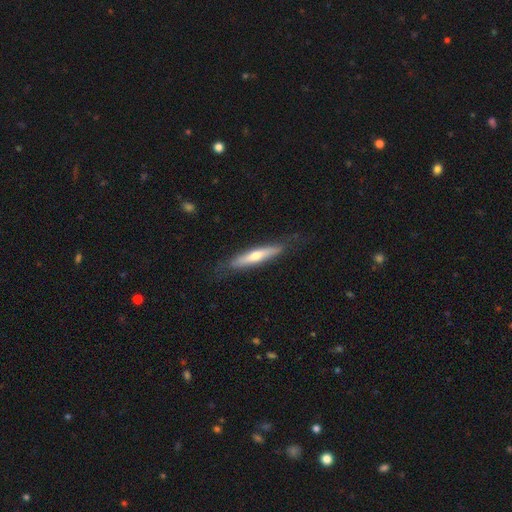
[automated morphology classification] A featured or disk galaxy (50%). Merging: none (78%).